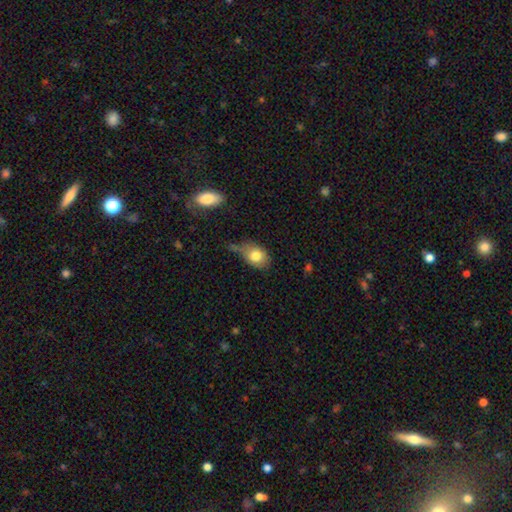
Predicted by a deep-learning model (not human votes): smooth_or_featured: smooth (p=0.79) [alt: featured or disk p=0.13]
how_rounded: in between (p=0.67) [alt: round p=0.31]
merging: none (p=0.42) [alt: minor disturbance p=0.35]